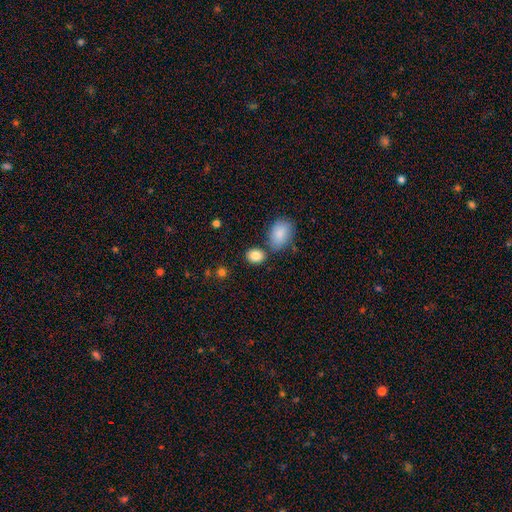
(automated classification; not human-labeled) Smooth or featured: smooth — 86% (star or artifact — 9%)
How rounded: in between — 56% (round — 42%)
Merging: none — 71% (merger — 13%)